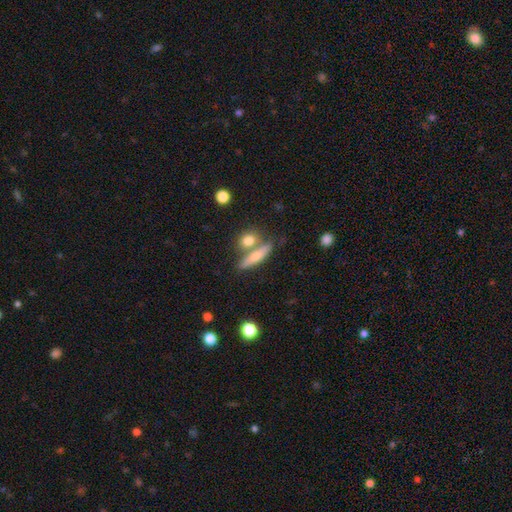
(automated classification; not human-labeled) Smooth or featured? smooth (60%)
How rounded? cigar-shaped (61%)
Merging? none (55%)